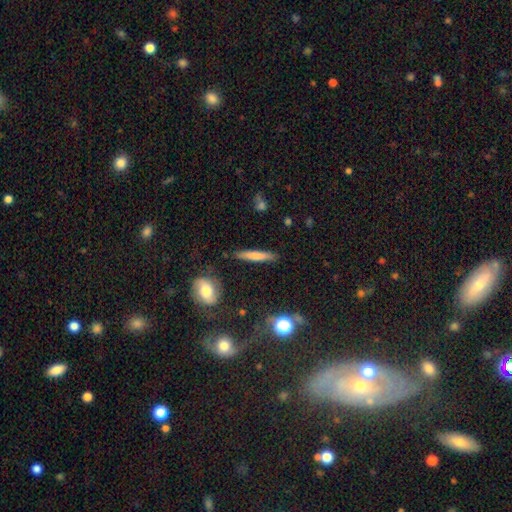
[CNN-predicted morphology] A smooth galaxy with no disk features (67%) that is cigar-shaped (90%). Merging: none (87%).